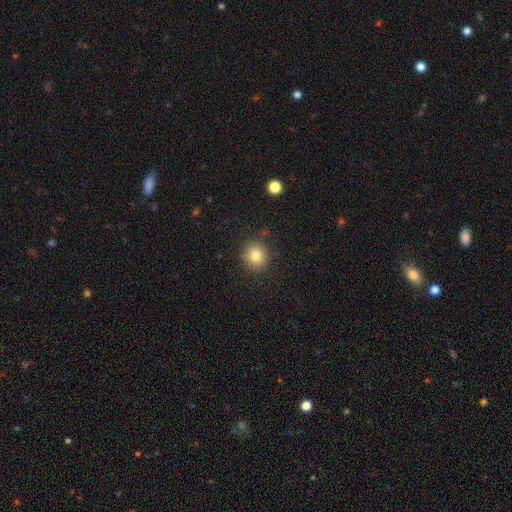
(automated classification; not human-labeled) smooth_or_featured: smooth (p=0.80) [alt: star or artifact p=0.12]
how_rounded: round (p=0.88) [alt: in between p=0.11]
merging: none (p=0.85) [alt: minor disturbance p=0.10]